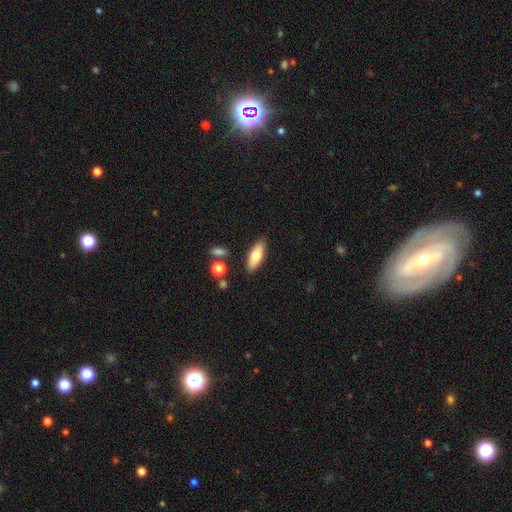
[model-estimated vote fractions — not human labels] Morphology: type=smooth (71%); roundness=in between (71%); merging=none (84%).